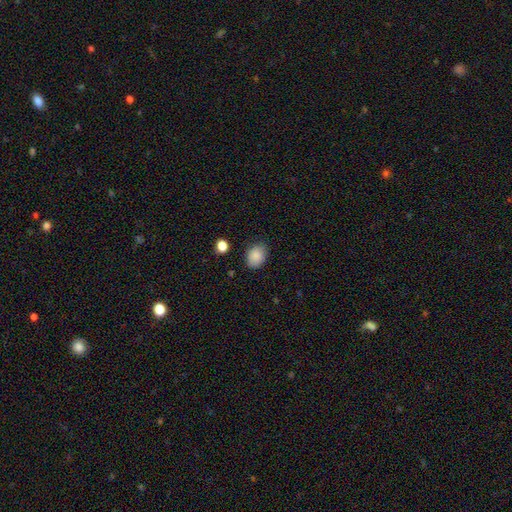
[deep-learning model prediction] Smooth or featured?
  - smooth: 87% *
  - star or artifact: 8%
  - featured or disk: 4%
How rounded?
  - in between: 63% *
  - round: 36%
  - cigar-shaped: 1%
Merging?
  - none: 80% *
  - minor disturbance: 15%
  - major disturbance: 3%
  - merger: 2%